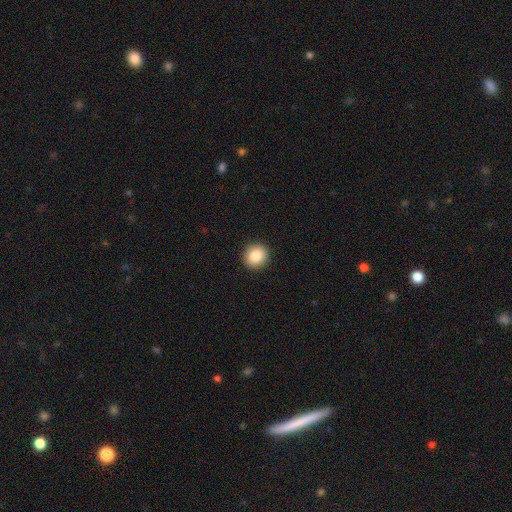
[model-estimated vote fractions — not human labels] The model was most divided on "how rounded": round: 88%, in between: 11%, cigar-shaped: 1%. More confident: merging — none (92%); smooth or featured — smooth (86%).